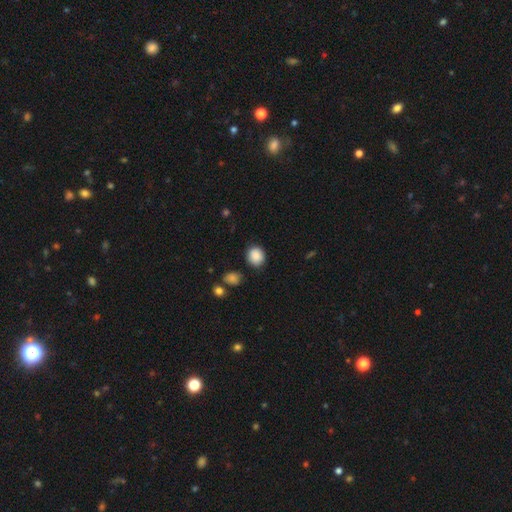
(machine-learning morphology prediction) Overall: smooth (88%). How rounded: round (76%). Merging: none (84%).